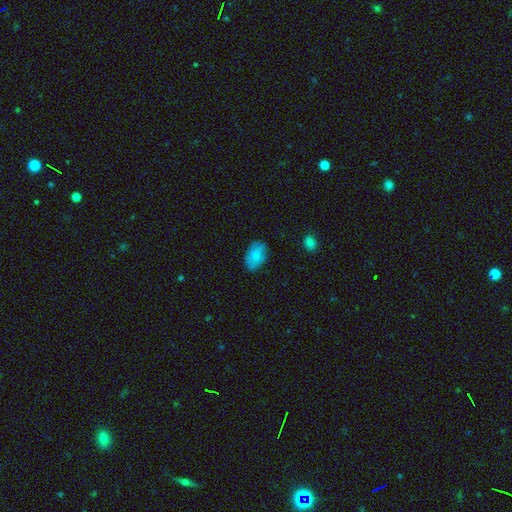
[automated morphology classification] Smooth or featured?
  - smooth: 84% *
  - featured or disk: 9%
  - star or artifact: 7%
How rounded?
  - in between: 89% *
  - round: 9%
  - cigar-shaped: 1%
Merging?
  - none: 79% *
  - minor disturbance: 16%
  - major disturbance: 4%
  - merger: 1%